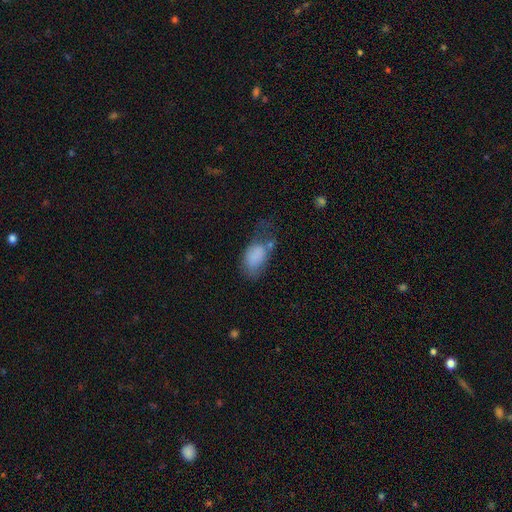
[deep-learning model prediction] Smooth or featured: smooth — 77% (featured or disk — 14%)
How rounded: in between — 90% (round — 8%)
Merging: major disturbance — 37% (minor disturbance — 27%)